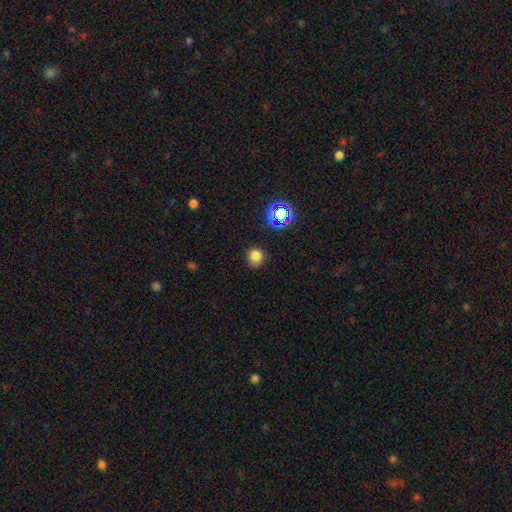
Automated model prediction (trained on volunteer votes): smooth 77%, star or artifact 18%, featured or disk 5%. Down the decision tree: how rounded — round (87%); merging — none (80%).